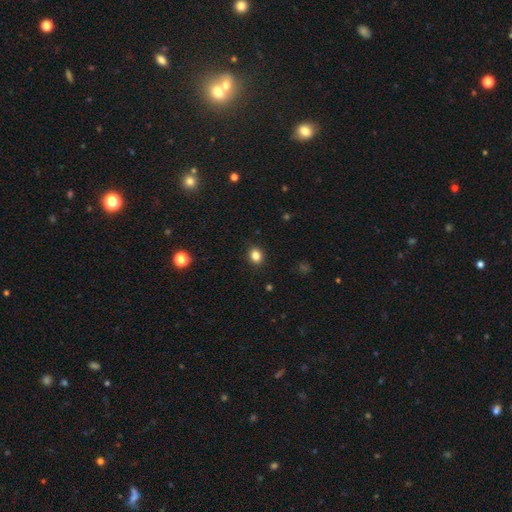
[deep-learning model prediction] Smooth or featured? smooth (84%)
How rounded? round (64%)
Merging? none (90%)